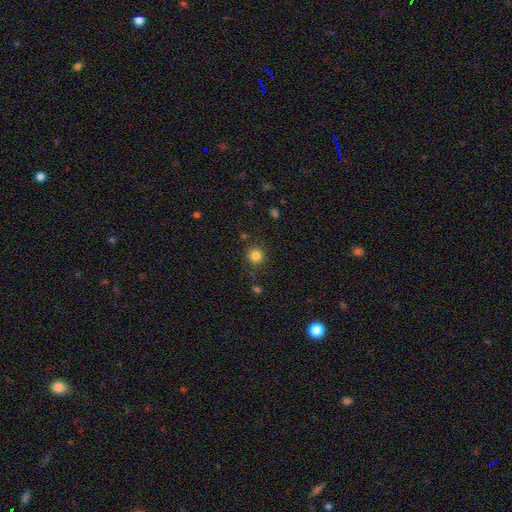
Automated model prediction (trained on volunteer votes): Morphology: type=smooth (83%); roundness=round (93%); merging=none (87%).